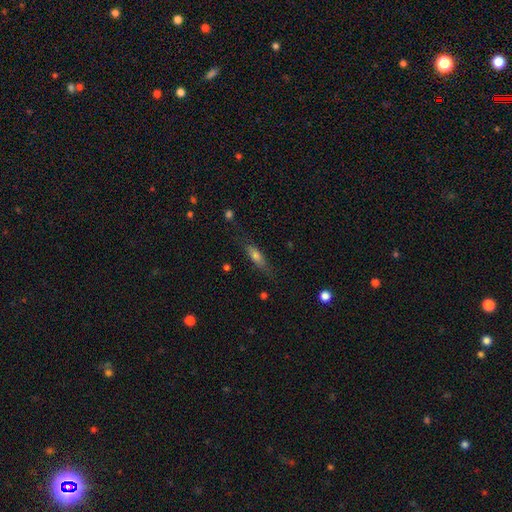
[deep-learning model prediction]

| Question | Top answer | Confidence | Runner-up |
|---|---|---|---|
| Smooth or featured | smooth | 62% | featured or disk (29%) |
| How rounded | cigar-shaped | 54% | in between (43%) |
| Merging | none | 71% | minor disturbance (20%) |